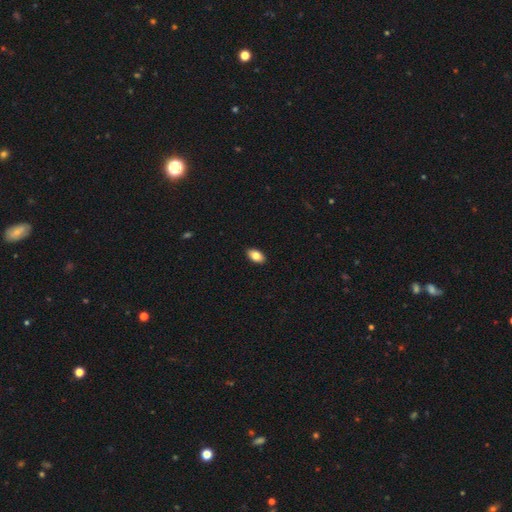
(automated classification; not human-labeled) Morphology: type=smooth (83%); roundness=in between (93%); merging=none (90%).